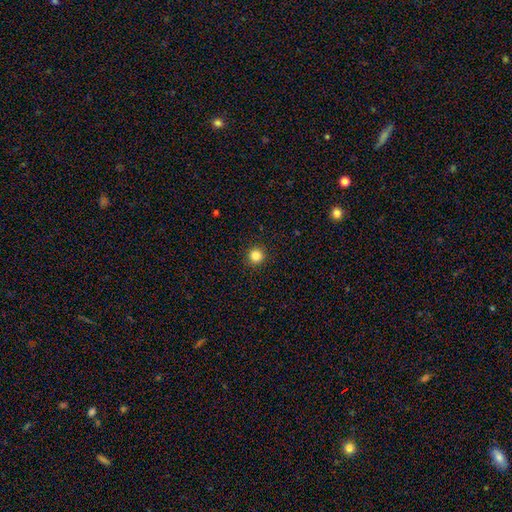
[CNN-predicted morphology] Smooth or featured: smooth — 84% (star or artifact — 12%)
How rounded: round — 95% (in between — 4%)
Merging: none — 93% (minor disturbance — 4%)